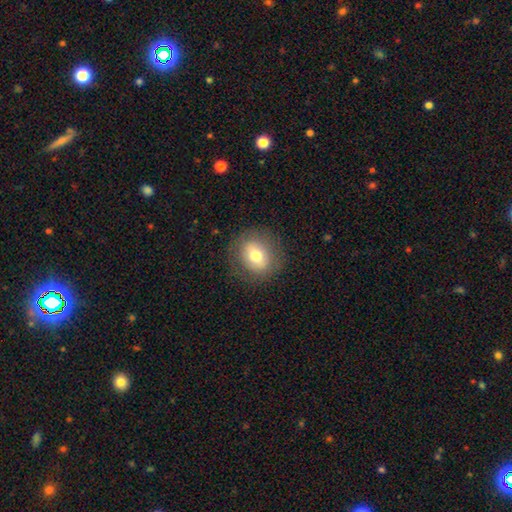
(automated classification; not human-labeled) This is likely a smooth galaxy (67%). How rounded: likely round (73%). Merging: clearly none (83%).